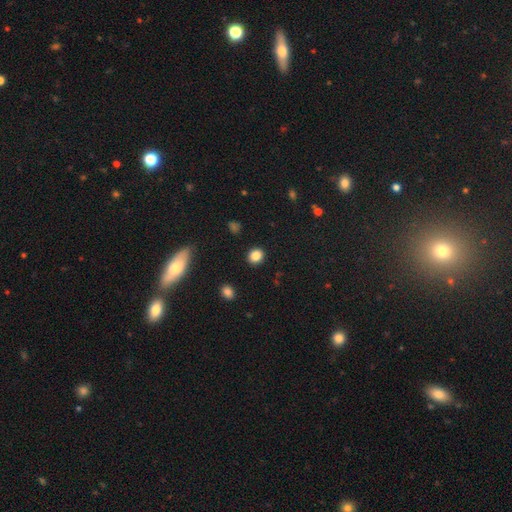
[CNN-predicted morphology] smooth 85%, star or artifact 11%, featured or disk 4%. Down the decision tree: how rounded — round (77%); merging — none (91%).